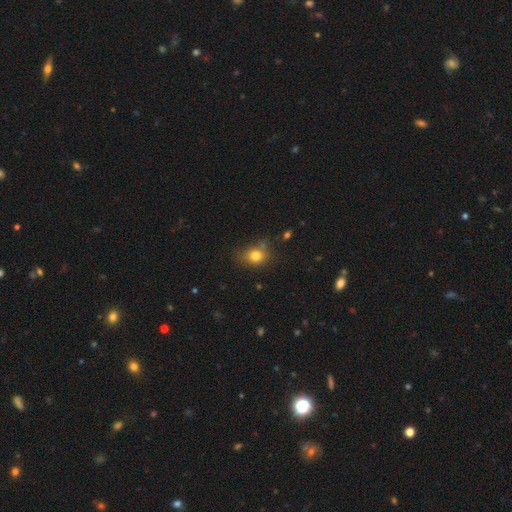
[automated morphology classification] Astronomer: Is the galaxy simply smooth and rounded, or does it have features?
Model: smooth — 79%.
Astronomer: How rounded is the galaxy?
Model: round — 57% (runner-up: in between, 42%).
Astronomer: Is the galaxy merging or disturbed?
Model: none — 59%.